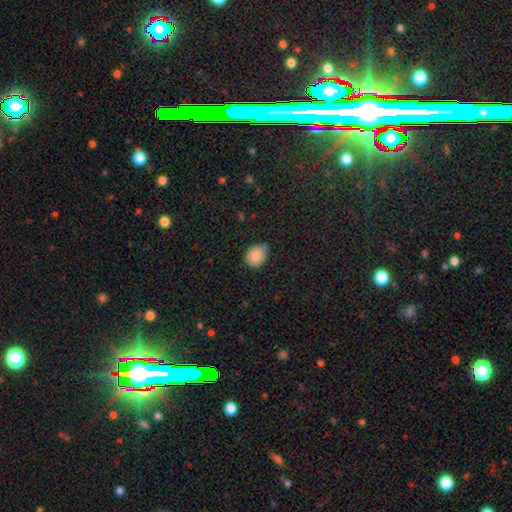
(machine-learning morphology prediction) Q: Smooth or featured?
A: smooth (87%); runner-up: star or artifact (9%)
Q: How rounded?
A: round (68%); runner-up: in between (31%)
Q: Merging?
A: none (66%); runner-up: minor disturbance (25%)